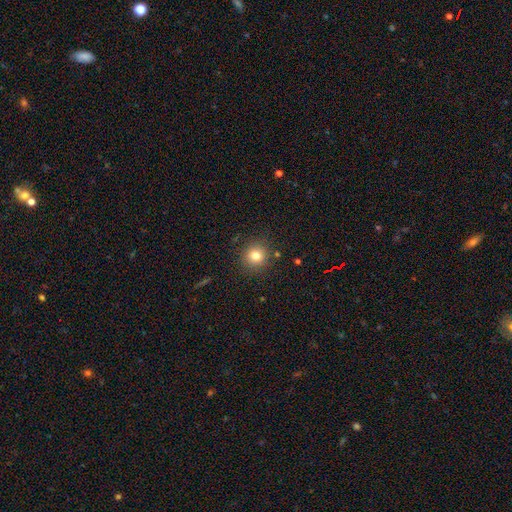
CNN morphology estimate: This appears to be a smooth galaxy with no disk features (80%) that is round (92%). Merging: none (88%).